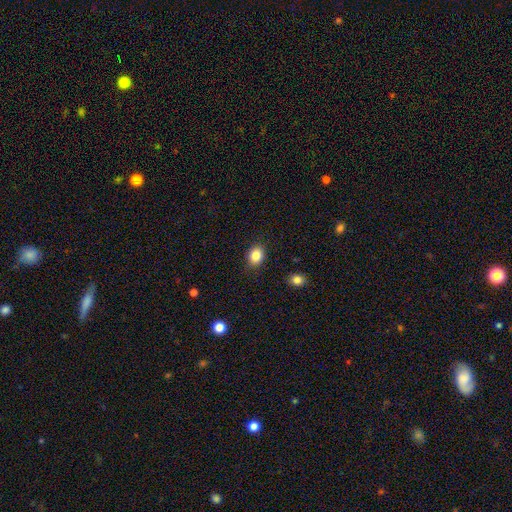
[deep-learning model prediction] Morphology: type=smooth (85%); roundness=in between (53%); merging=none (87%).